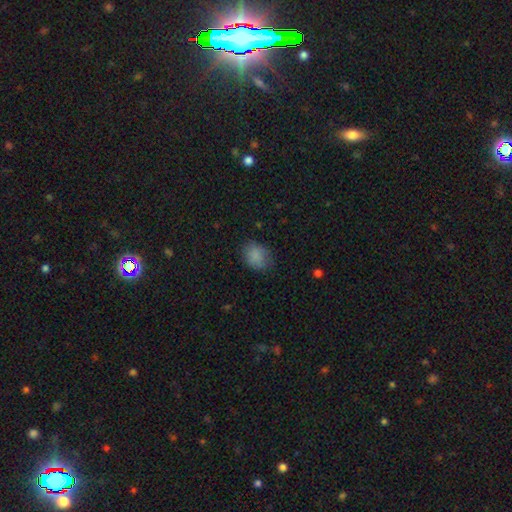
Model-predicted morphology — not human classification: This is clearly a smooth galaxy (85%). How rounded: possibly in between (50%, tied with round). Merging: likely none (74%).